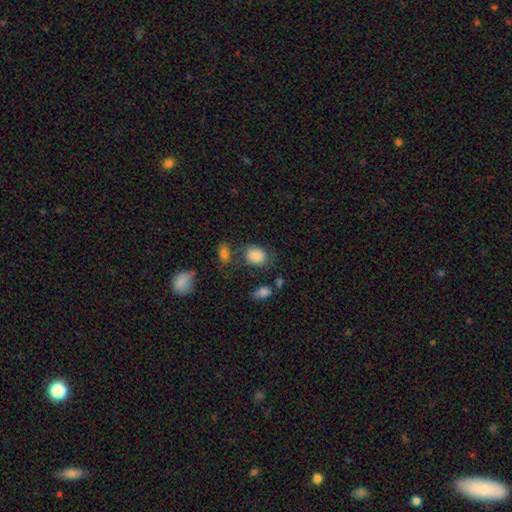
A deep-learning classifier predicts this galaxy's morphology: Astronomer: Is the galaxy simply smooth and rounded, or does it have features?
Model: smooth — 85%.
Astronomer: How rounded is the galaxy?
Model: in between — 66%.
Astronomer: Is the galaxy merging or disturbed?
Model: none — 68%.